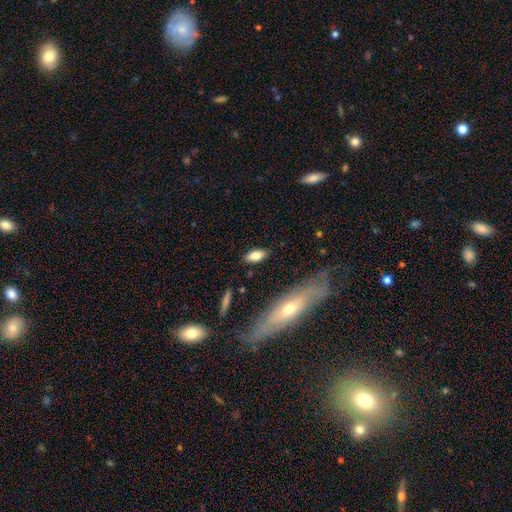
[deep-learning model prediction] A smooth galaxy with no disk features (77%) that is in between round and cigar-shaped (84%). Merging: none (84%).